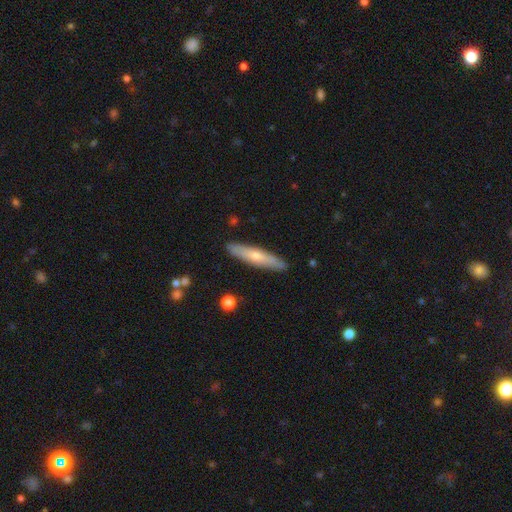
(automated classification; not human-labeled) A smooth galaxy with no disk features (54%) that is cigar-shaped (88%). Merging: none (89%).